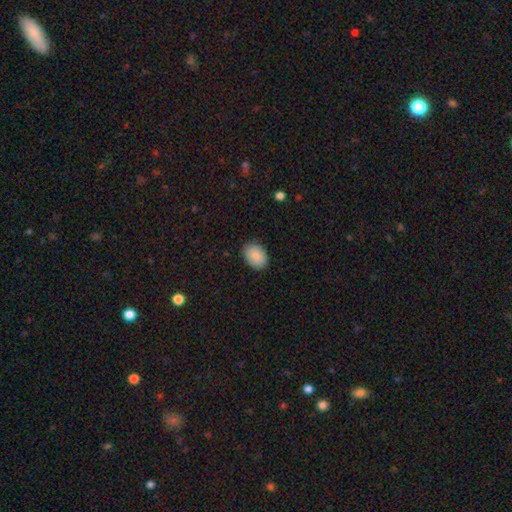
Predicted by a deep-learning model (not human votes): Smooth or featured: smooth — 89% (star or artifact — 7%)
How rounded: in between — 82% (round — 17%)
Merging: none — 88% (minor disturbance — 9%)